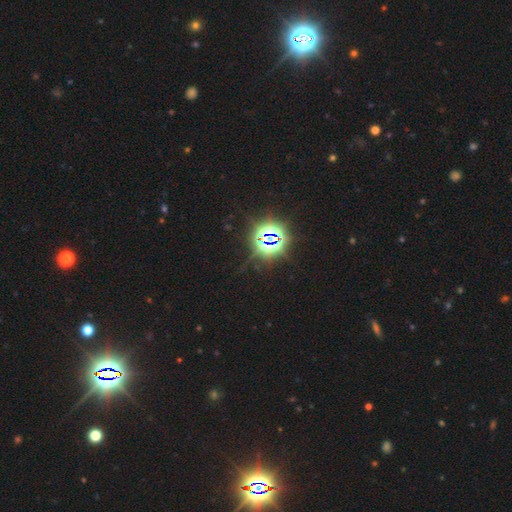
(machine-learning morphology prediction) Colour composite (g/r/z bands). It shows a star or artifact, not a galaxy (82%).